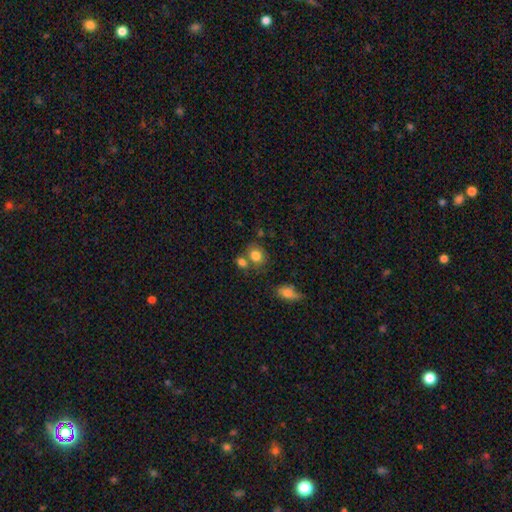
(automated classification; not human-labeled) Smooth or featured?
  - smooth: 80% *
  - star or artifact: 10%
  - featured or disk: 10%
How rounded?
  - round: 50% *
  - in between: 49%
  - cigar-shaped: 1%
Merging?
  - none: 57% *
  - merger: 25%
  - minor disturbance: 14%
  - major disturbance: 5%